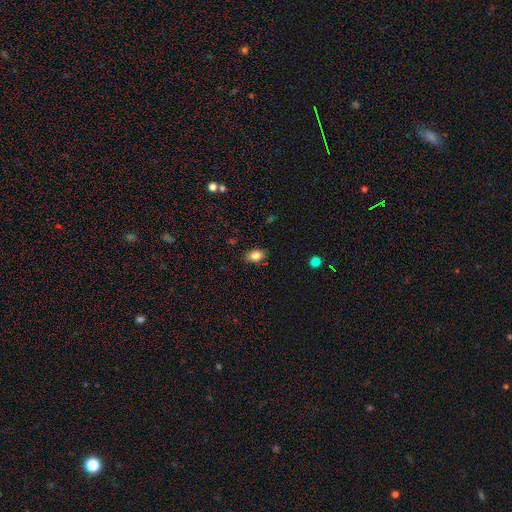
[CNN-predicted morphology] A smooth galaxy with no disk features (83%) that is in between round and cigar-shaped (74%). Merging: none (86%).